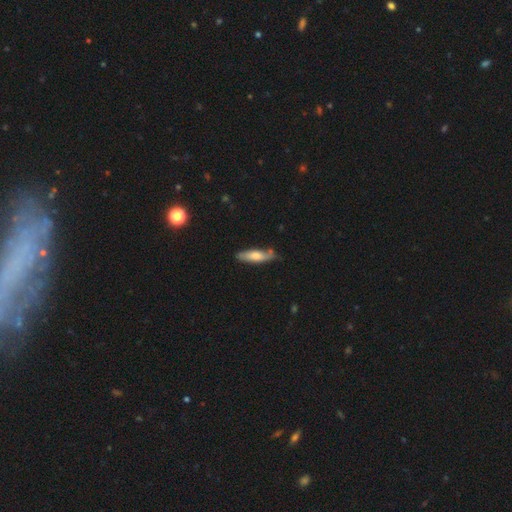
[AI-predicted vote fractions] Smooth or featured? Predicted: smooth (p=0.65). How rounded? Predicted: cigar-shaped (p=0.65). Merging? Predicted: none (p=0.75).